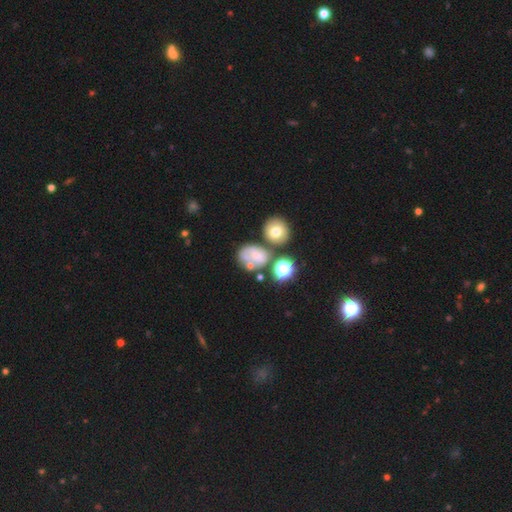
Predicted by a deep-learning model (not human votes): The model was most divided on "merging": none: 38%, merger: 27%, minor disturbance: 19%, major disturbance: 15%. Remaining: smooth or featured — smooth (49%).